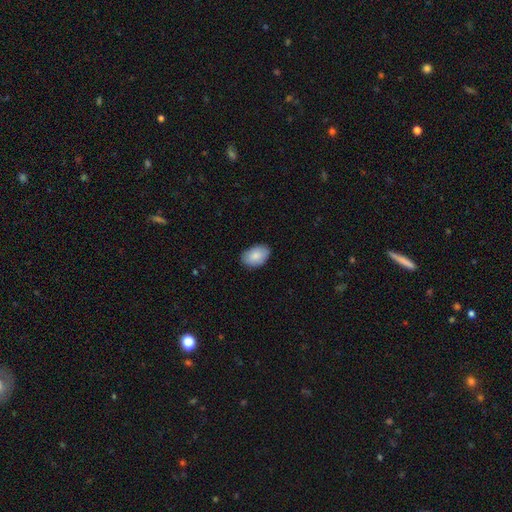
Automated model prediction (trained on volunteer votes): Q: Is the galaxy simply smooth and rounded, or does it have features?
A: smooth — 86%.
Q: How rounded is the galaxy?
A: in between — 91%.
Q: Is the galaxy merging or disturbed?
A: none — 85%.